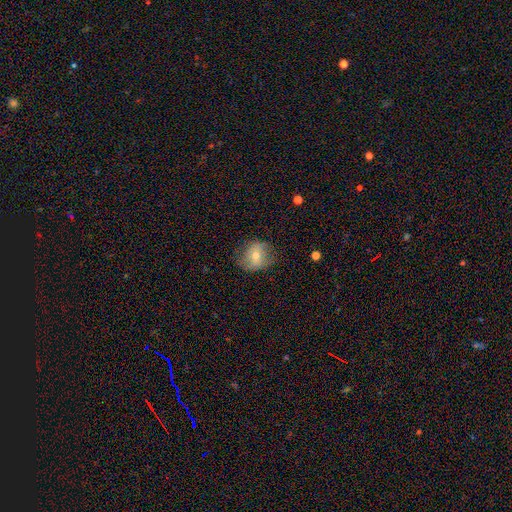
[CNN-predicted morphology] This is possibly a smooth galaxy (50%). How rounded: likely round (65%). Merging: likely none (70%).